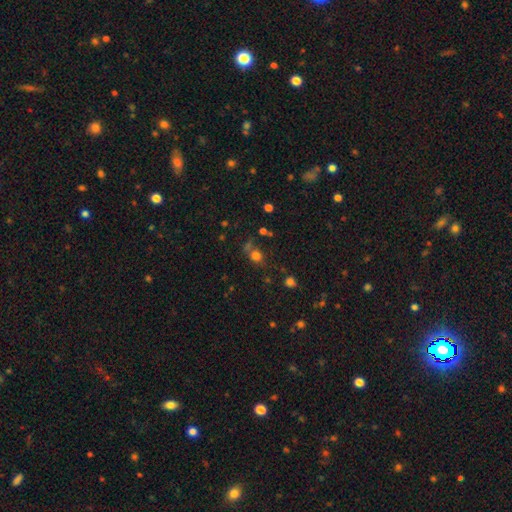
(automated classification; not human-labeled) smooth_or_featured: smooth (p=0.71) [alt: star or artifact p=0.21]
how_rounded: round (p=0.73) [alt: in between p=0.26]
merging: none (p=0.60) [alt: merger p=0.18]